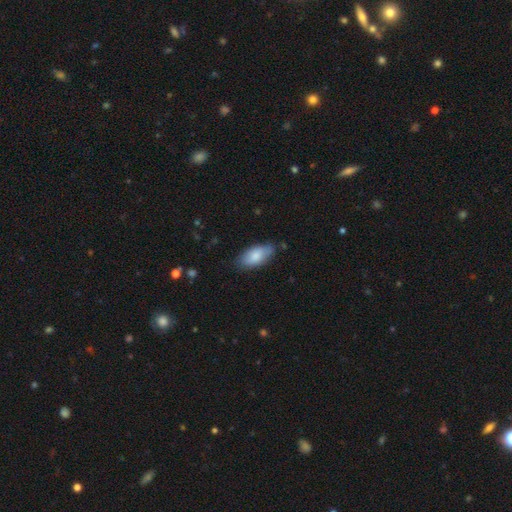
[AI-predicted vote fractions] Smooth or featured? smooth (81%)
How rounded? in between (91%)
Merging? none (74%)